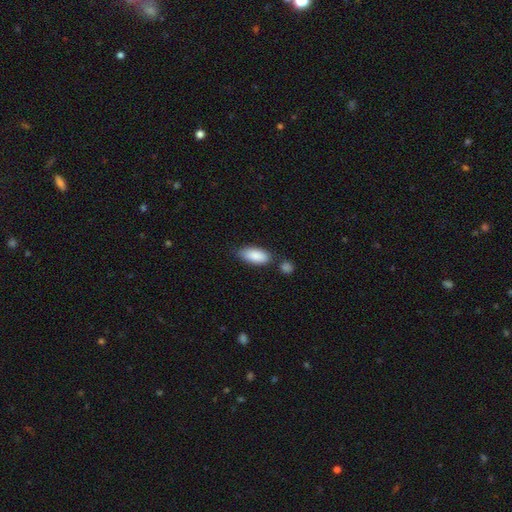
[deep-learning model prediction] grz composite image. It shows a smooth galaxy with no disk features (88%) that is in between round and cigar-shaped (86%). Merging: none (67%).